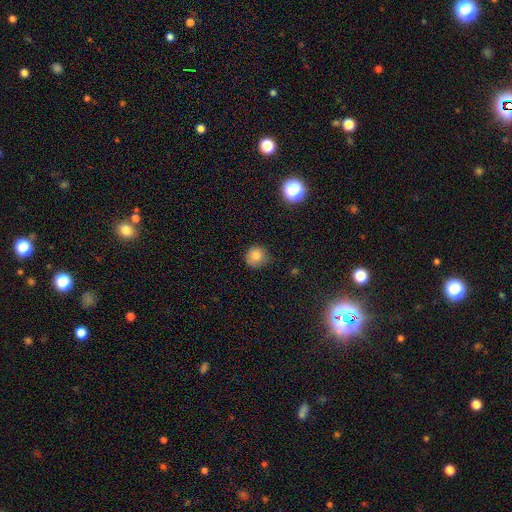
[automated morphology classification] type=smooth (82%); roundness=round (90%); merging=none (71%).